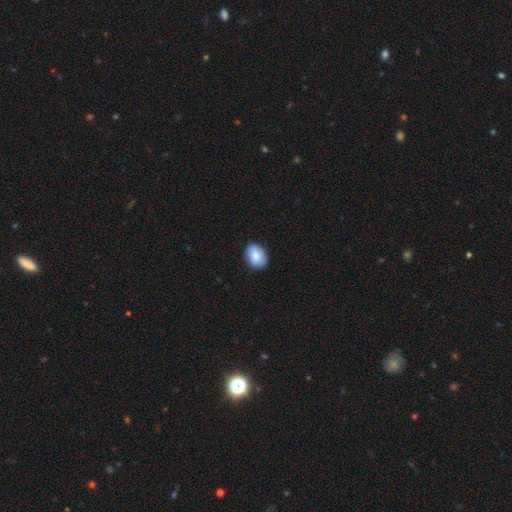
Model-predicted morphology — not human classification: smooth_or_featured: smooth (p=0.84) [alt: featured or disk p=0.09]
how_rounded: in between (p=0.74) [alt: round p=0.25]
merging: none (p=0.86) [alt: minor disturbance p=0.11]